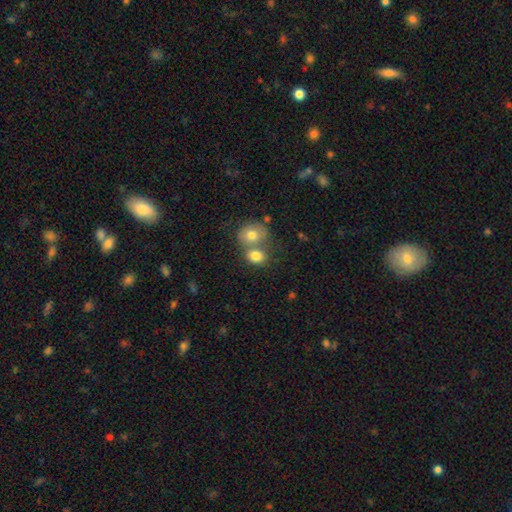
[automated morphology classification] A smooth galaxy with no disk features (79%) that is round (55%). Merging: merger (50%).